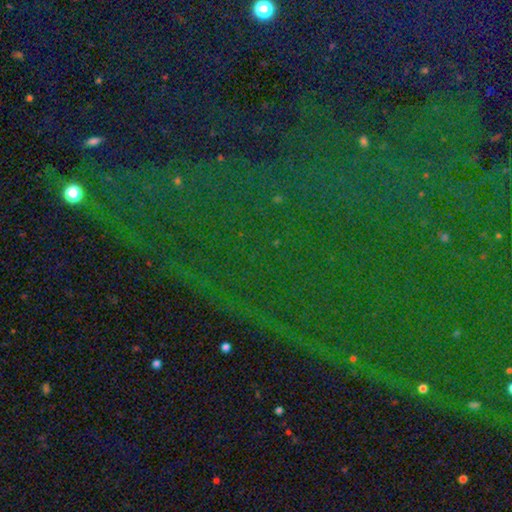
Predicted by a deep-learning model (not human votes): This appears to be a star or artifact, not a galaxy (85%).